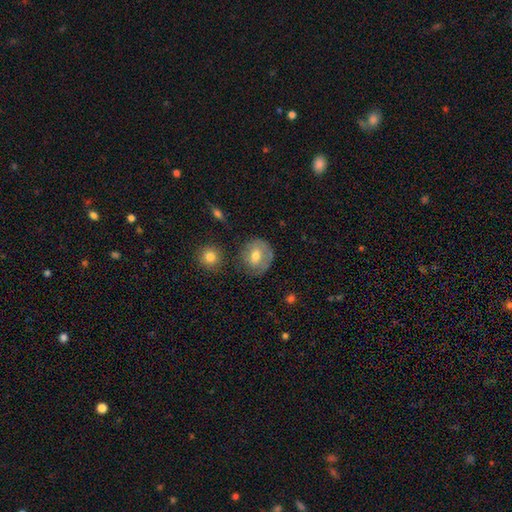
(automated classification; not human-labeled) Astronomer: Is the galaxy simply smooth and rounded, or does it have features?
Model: smooth — 56% (runner-up: featured or disk, 35%).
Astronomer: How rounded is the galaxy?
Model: round — 71%.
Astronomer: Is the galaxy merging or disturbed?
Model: none — 66%.